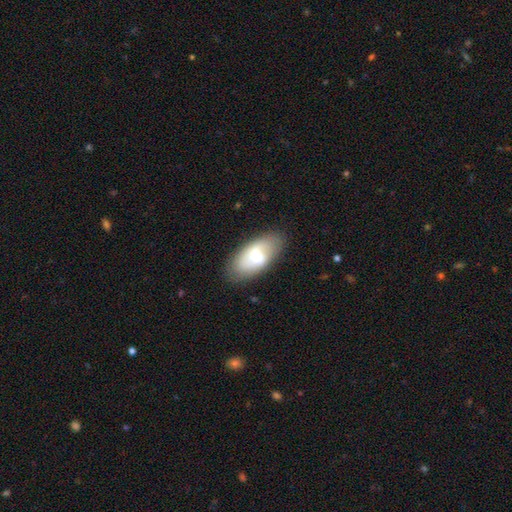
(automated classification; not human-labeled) Morphology: type=smooth (57%); roundness=in between (90%); merging=none (82%).